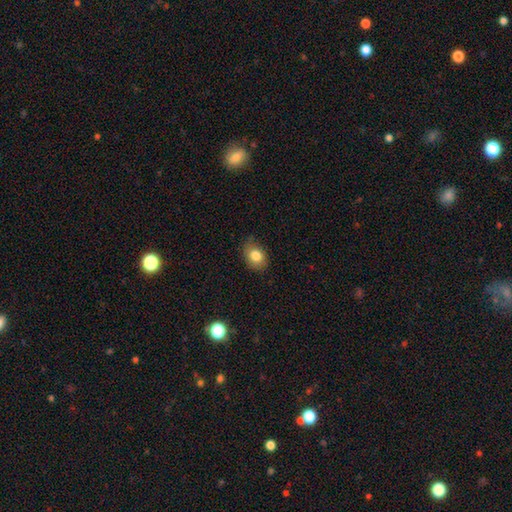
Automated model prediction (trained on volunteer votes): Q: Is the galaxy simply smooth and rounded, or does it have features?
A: smooth — 82%.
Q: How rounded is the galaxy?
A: in between — 70%.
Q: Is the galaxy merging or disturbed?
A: none — 76%.